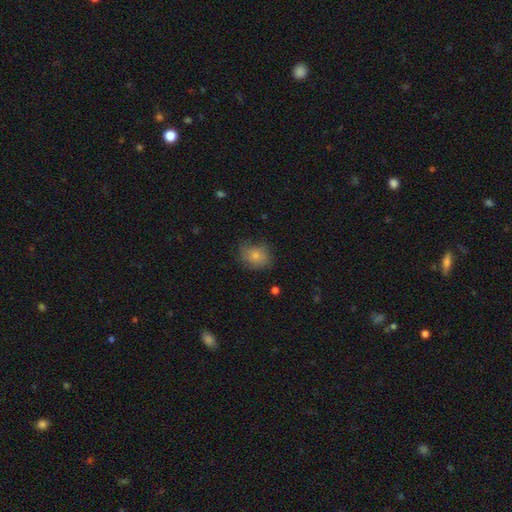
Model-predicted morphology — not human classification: smooth-or-featured: smooth: 77% | featured or disk: 14% | star or artifact: 9%
  how-rounded: round: 63% | in between: 36% | cigar-shaped: 1%
  merging: none: 63% | minor disturbance: 27% | major disturbance: 9% | merger: 1%